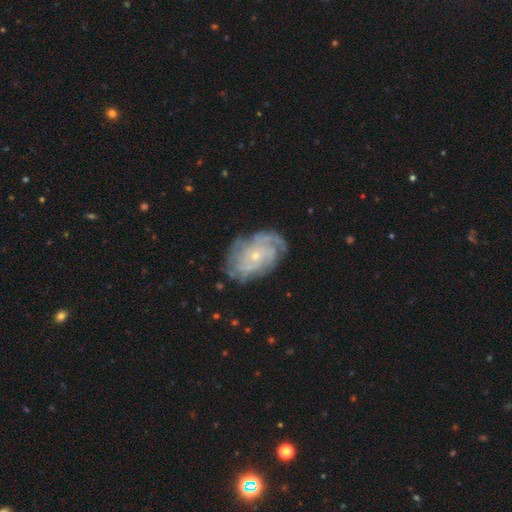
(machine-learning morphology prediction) A featured or disk galaxy (84%) with no bar (80%), tight (68%) spiral arms (94%) and a small central bulge (78%).

Vote fractions:
- Smooth or featured? featured or disk: 84% / smooth: 10% / star or artifact: 7%
- Edge-on disk? no: 96% / yes: 4%
- Bar? no: 80% / weak: 17% / strong: 3%
- Spiral arms? yes: 94% / no: 6%
- Spiral winding? tight: 68% / medium: 25% / loose: 7%
- Spiral arm count? can't tell: 36% / 4: 20% / 3: 16% / 2: 12% / more than 4: 11% / 1: 6%
- Bulge size? small: 78% / moderate: 18% / none: 1% / large: 1% / dominant: 1%
- Merging? none: 74% / minor disturbance: 18% / major disturbance: 7% / merger: 1%